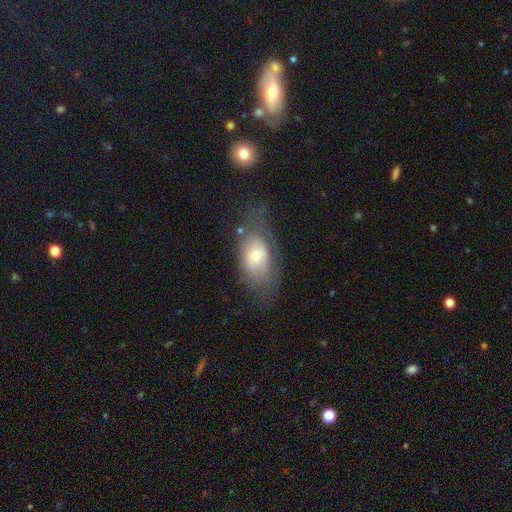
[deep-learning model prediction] Overall: smooth (57%; featured or disk 34%). How rounded: in between (86%). Merging: none (47%; minor disturbance 27%).